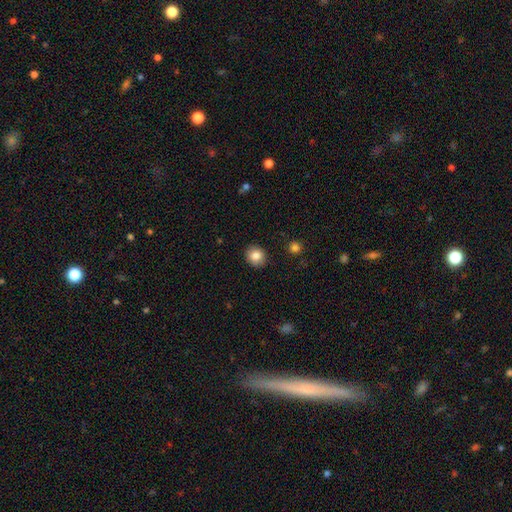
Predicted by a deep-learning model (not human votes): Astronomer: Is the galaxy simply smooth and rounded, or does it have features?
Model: smooth — 85%.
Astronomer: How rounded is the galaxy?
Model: round — 81%.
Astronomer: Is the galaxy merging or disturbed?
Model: none — 89%.